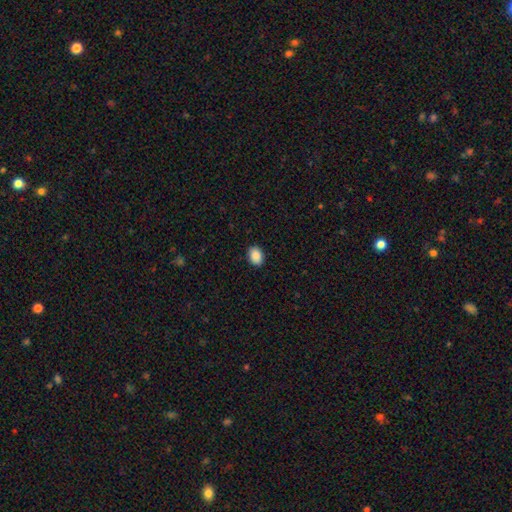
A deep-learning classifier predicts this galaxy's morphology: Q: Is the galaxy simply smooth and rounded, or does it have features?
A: smooth — 90%.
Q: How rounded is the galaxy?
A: in between — 74%.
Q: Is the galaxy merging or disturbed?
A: none — 89%.